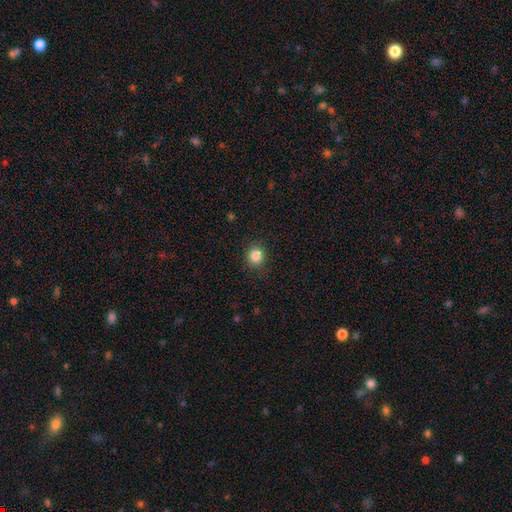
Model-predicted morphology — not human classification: This is clearly a smooth galaxy (85%). How rounded: likely round (80%). Merging: clearly none (88%).